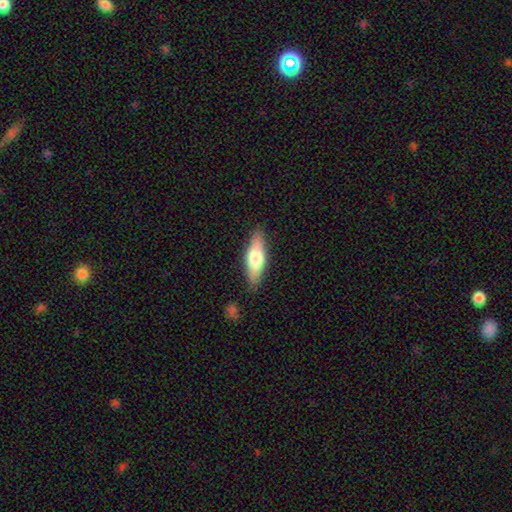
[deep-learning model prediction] smooth_or_featured: featured or disk (p=0.47) [alt: smooth p=0.46]
merging: none (p=0.88) [alt: minor disturbance p=0.09]